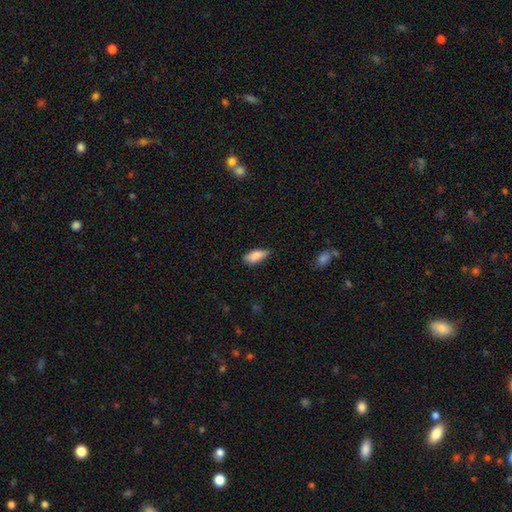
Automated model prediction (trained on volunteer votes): A smooth galaxy with no disk features (85%) that is in between round and cigar-shaped (80%). Merging: none (71%).